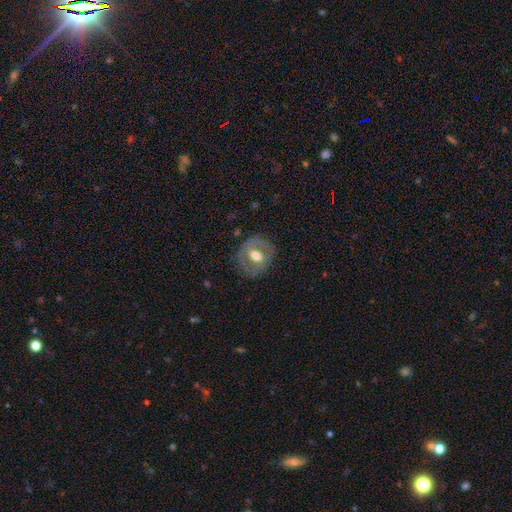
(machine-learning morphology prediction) Overall: featured or disk (51%; smooth 42%). Edge-on disk: no (93%). Merging: none (77%).